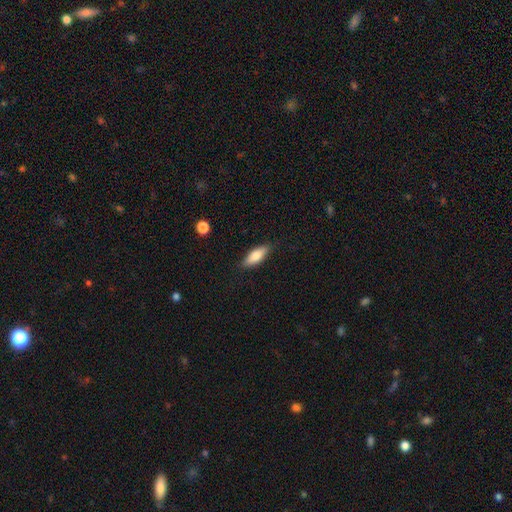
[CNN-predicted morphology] Smooth or featured? Predicted: smooth (p=0.77). How rounded? Predicted: in between (p=0.66). Merging? Predicted: none (p=0.84).